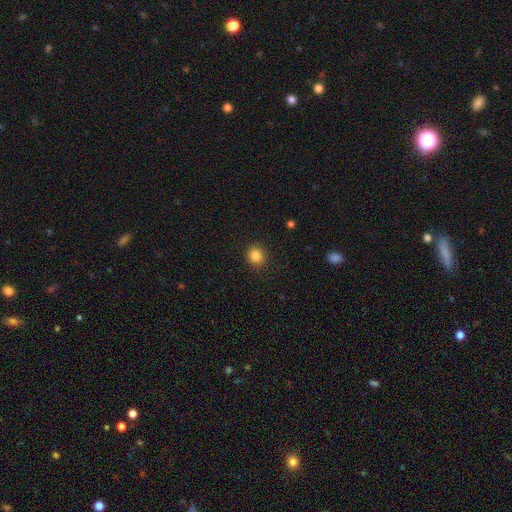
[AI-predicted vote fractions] Smooth or featured? Predicted: smooth (p=0.85). How rounded? Predicted: round (p=0.82). Merging? Predicted: none (p=0.90).